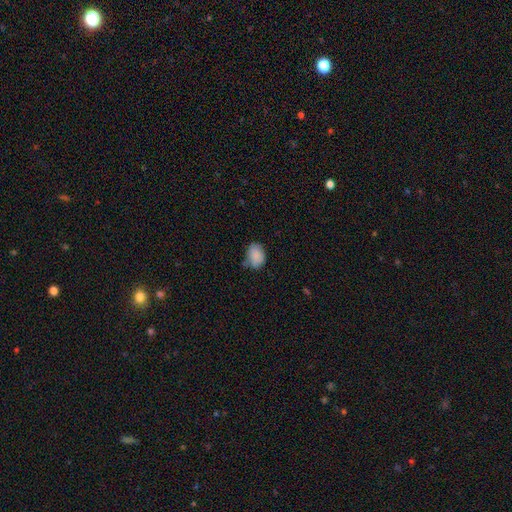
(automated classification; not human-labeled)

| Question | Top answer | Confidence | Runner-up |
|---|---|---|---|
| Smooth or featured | smooth | 86% | star or artifact (8%) |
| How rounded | in between | 75% | round (24%) |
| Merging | none | 62% | minor disturbance (28%) |